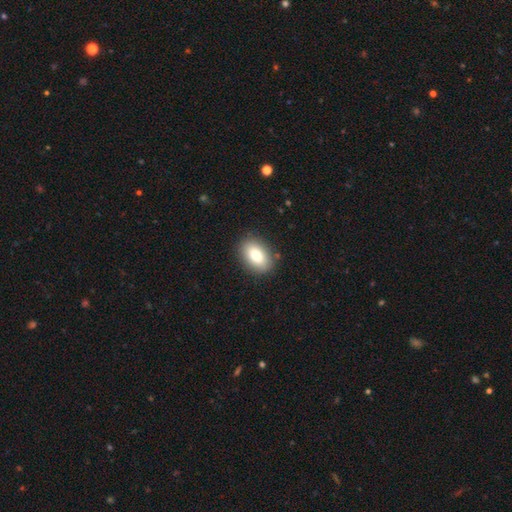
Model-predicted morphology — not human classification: The model was most divided on "smooth or featured": smooth: 84%, featured or disk: 9%, star or artifact: 8%. More confident: how rounded — in between (89%); merging — none (87%).